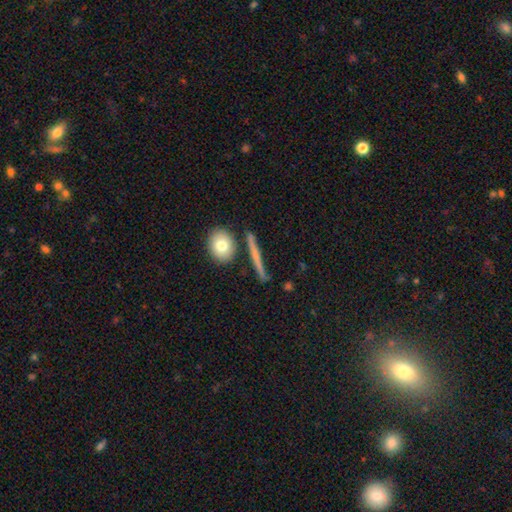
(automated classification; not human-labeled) Overall: smooth (52%; featured or disk 39%). How rounded: cigar-shaped (70%). Merging: none (81%).